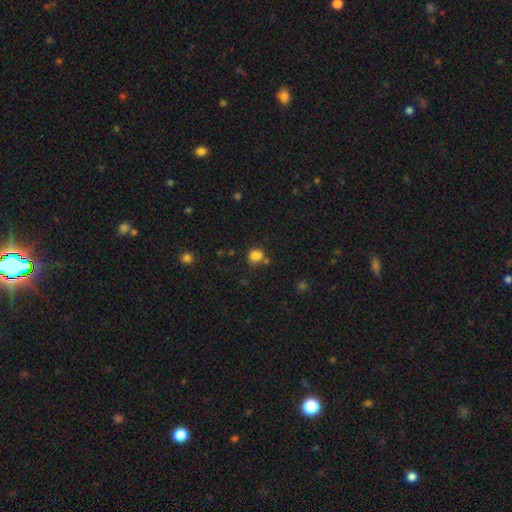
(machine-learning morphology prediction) smooth_or_featured: smooth (p=0.82) [alt: star or artifact p=0.13]
how_rounded: round (p=0.73) [alt: in between p=0.26]
merging: none (p=0.64) [alt: merger p=0.15]